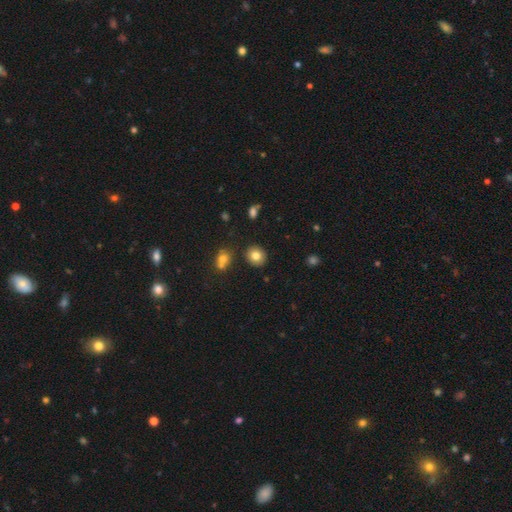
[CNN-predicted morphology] Smooth or featured? smooth (80%)
How rounded? round (81%)
Merging? none (86%)